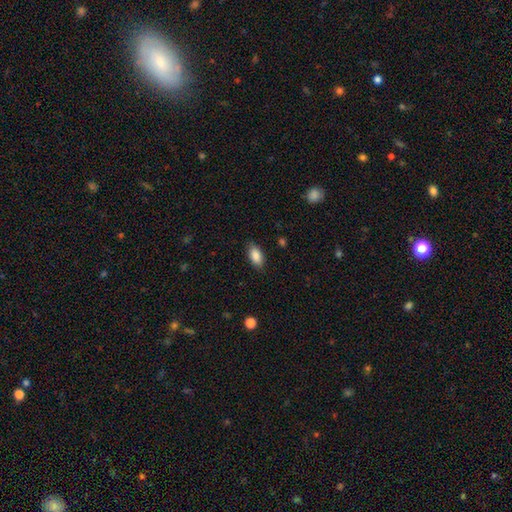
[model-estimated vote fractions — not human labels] A smooth galaxy with no disk features (88%) that is in between round and cigar-shaped (91%).

Vote fractions:
- Smooth or featured? smooth: 88% / star or artifact: 7% / featured or disk: 5%
- How rounded? in between: 91% / cigar-shaped: 6% / round: 3%
- Merging? none: 86% / minor disturbance: 11% / major disturbance: 3% / merger: 1%